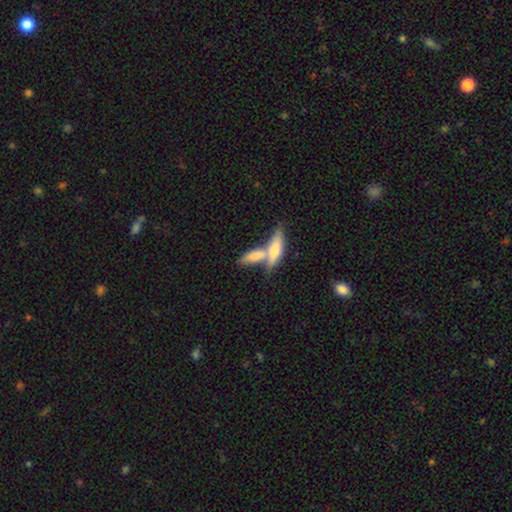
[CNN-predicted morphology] A smooth galaxy with no disk features (70%) that is in between round and cigar-shaped (54%). Merging: merger (58%).